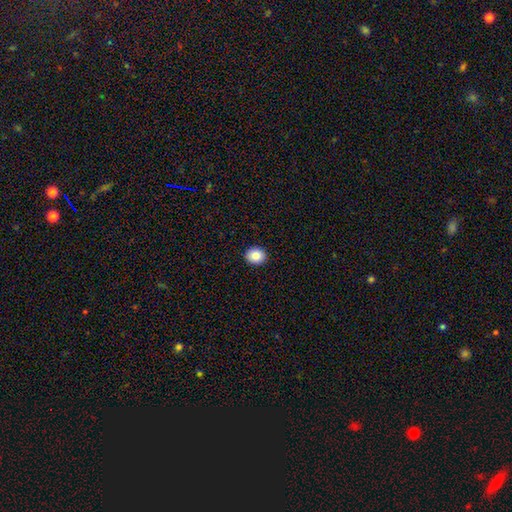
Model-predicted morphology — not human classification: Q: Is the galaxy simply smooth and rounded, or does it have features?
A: smooth — 86%.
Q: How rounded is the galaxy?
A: round — 68%.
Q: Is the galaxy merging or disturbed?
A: none — 93%.